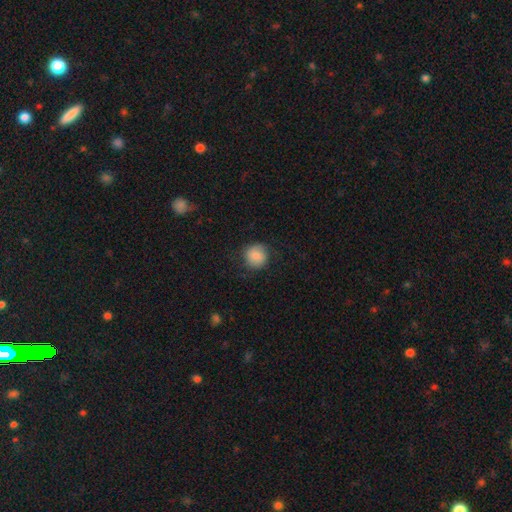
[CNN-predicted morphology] Overall: smooth (85%). How rounded: round (90%). Merging: none (81%).